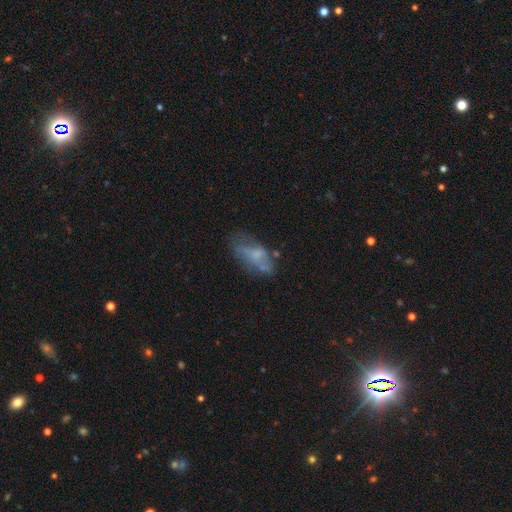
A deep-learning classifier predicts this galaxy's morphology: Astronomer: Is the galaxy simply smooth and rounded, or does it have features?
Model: smooth — 45% (runner-up: featured or disk, 44%).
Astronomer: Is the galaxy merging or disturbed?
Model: none — 47% (runner-up: minor disturbance, 25%).